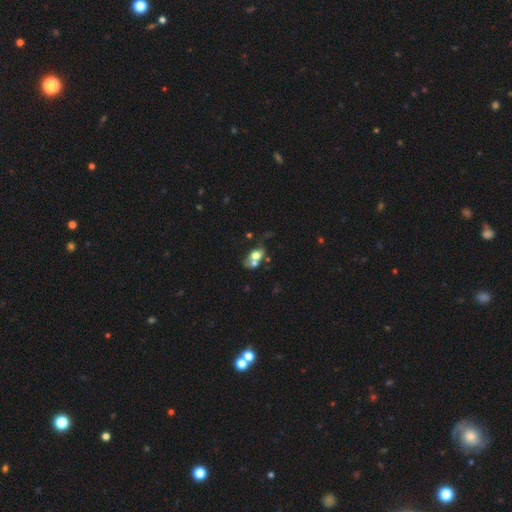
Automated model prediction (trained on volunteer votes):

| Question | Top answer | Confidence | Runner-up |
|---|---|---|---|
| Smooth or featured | smooth | 62% | featured or disk (27%) |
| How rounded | in between | 65% | round (32%) |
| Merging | merger | 53% | none (24%) |